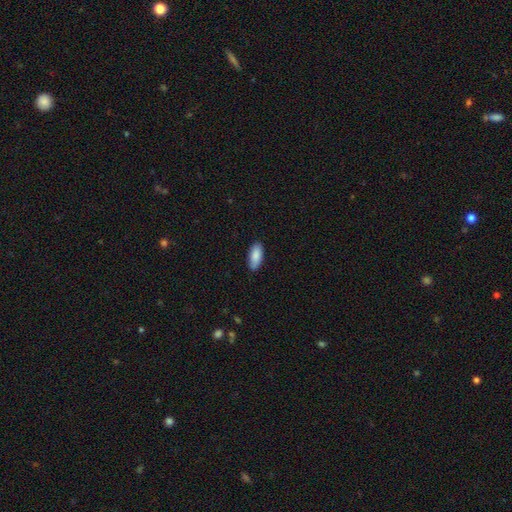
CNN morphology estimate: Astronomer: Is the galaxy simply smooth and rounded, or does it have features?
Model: smooth — 89%.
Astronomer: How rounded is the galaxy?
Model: in between — 84%.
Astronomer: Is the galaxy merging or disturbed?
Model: none — 87%.